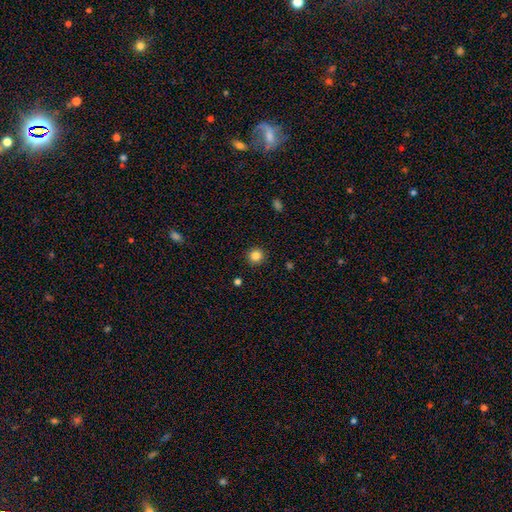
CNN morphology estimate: This is clearly a smooth galaxy (84%). How rounded: clearly round (95%). Merging: clearly none (92%).